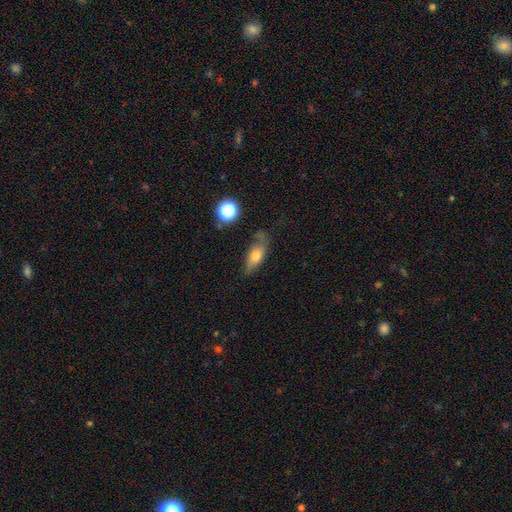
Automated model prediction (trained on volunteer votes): Smooth or featured? Predicted: smooth (p=0.65). How rounded? Predicted: in between (p=0.72). Merging? Predicted: none (p=0.57).